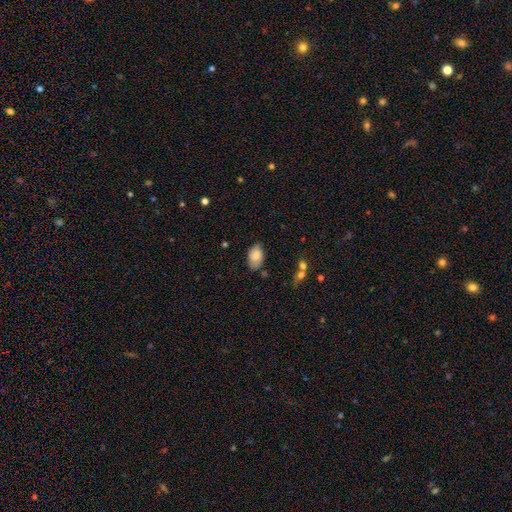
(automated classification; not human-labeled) Morphology: type=smooth (79%); roundness=in between (91%); merging=none (68%).